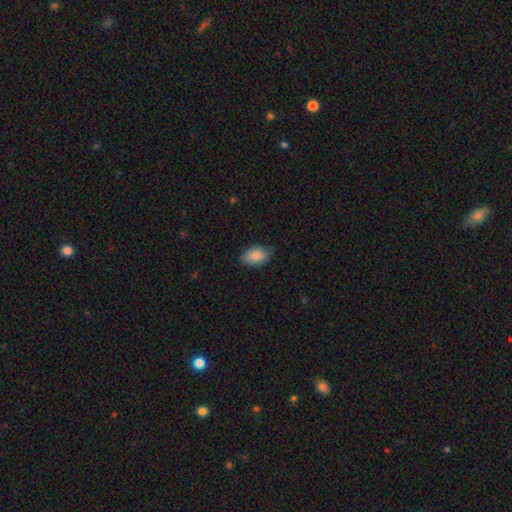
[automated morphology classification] smooth 86%, featured or disk 7%, star or artifact 7%. Down the decision tree: how rounded — in between (89%); merging — none (77%).